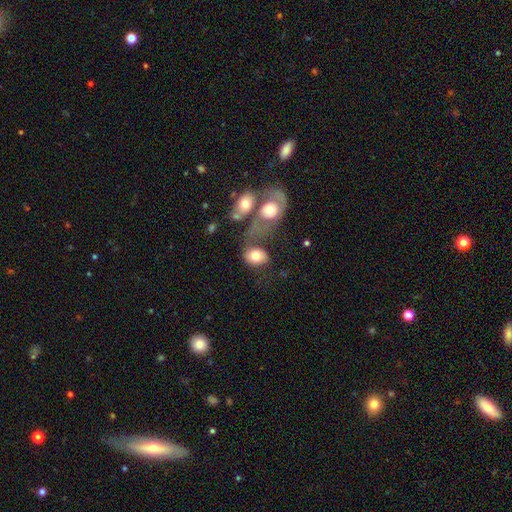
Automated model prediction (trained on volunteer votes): Q: Smooth or featured?
A: smooth (73%); runner-up: featured or disk (19%)
Q: How rounded?
A: in between (68%); runner-up: round (31%)
Q: Merging?
A: merger (35%); runner-up: none (33%)